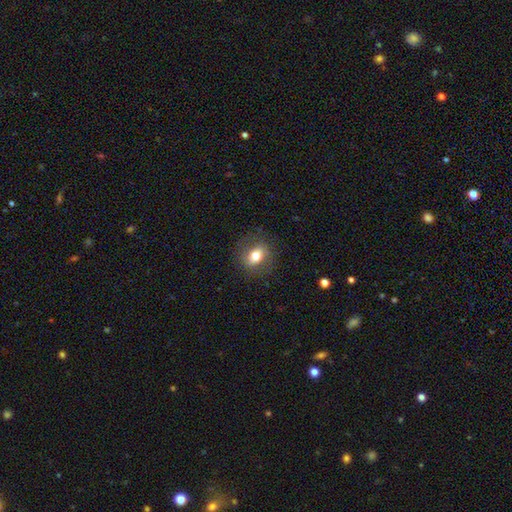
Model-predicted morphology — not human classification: smooth_or_featured: smooth (p=0.71) [alt: featured or disk p=0.19]
how_rounded: in between (p=0.50) [alt: round p=0.48]
merging: none (p=0.83) [alt: minor disturbance p=0.12]